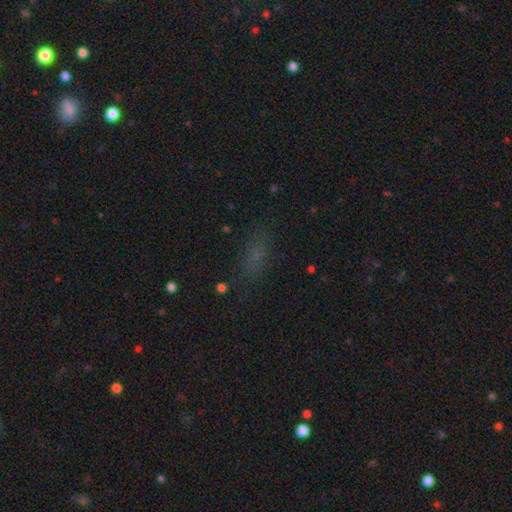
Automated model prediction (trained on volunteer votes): This appears to be a smooth galaxy with no disk features (58%) that is in between round and cigar-shaped (61%). Merging: none (77%).